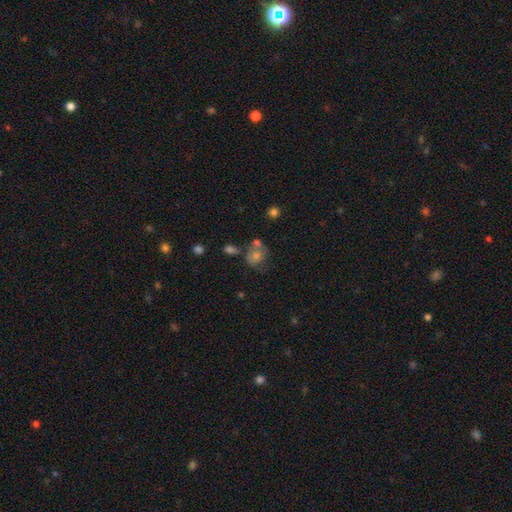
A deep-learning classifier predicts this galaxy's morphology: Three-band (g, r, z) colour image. It shows a smooth galaxy with no disk features (47%). Merging: none (48%).